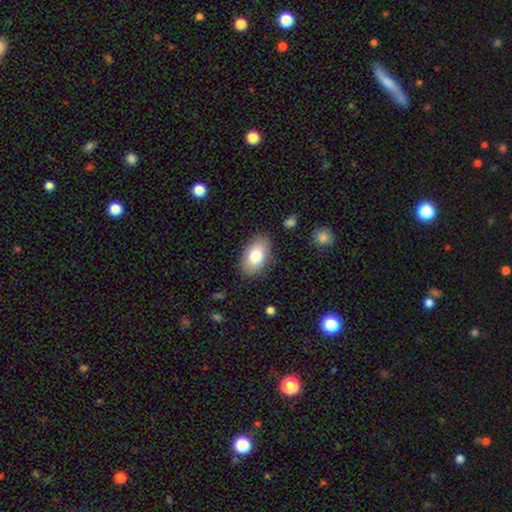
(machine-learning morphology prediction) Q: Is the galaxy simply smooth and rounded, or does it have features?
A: smooth — 79%.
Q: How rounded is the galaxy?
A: in between — 93%.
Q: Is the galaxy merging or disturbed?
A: none — 84%.